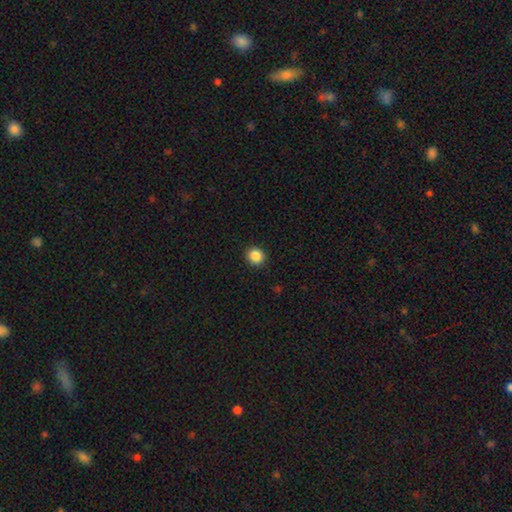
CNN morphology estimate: Smooth or featured?
  - smooth: 87% *
  - star or artifact: 10%
  - featured or disk: 3%
How rounded?
  - round: 84% *
  - in between: 15%
  - cigar-shaped: 1%
Merging?
  - none: 91% *
  - minor disturbance: 6%
  - major disturbance: 2%
  - merger: 1%